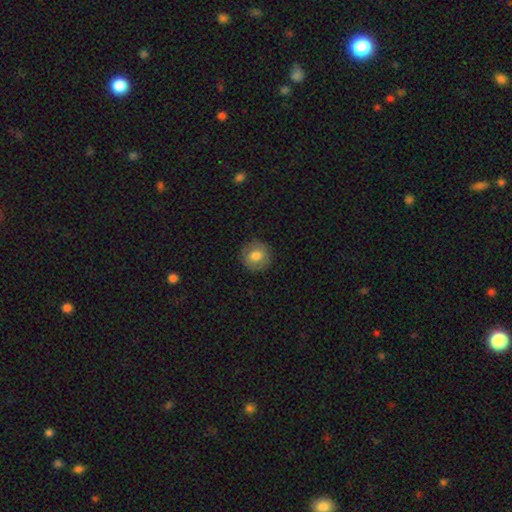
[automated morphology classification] Smooth or featured: smooth — 77% (featured or disk — 15%)
How rounded: round — 93% (in between — 6%)
Merging: none — 88% (minor disturbance — 9%)